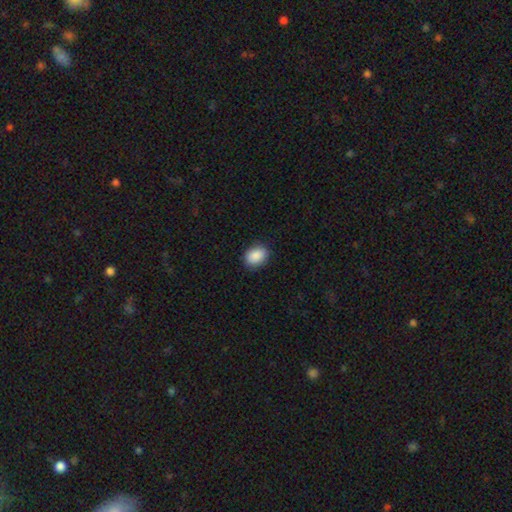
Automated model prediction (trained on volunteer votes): smooth 89%, star or artifact 7%, featured or disk 3%. Down the decision tree: how rounded — in between (73%); merging — none (86%).